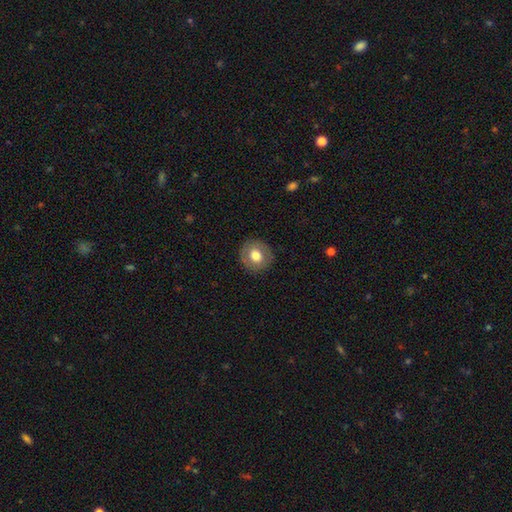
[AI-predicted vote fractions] A smooth galaxy with no disk features (65%) that is round (87%). Merging: none (88%).